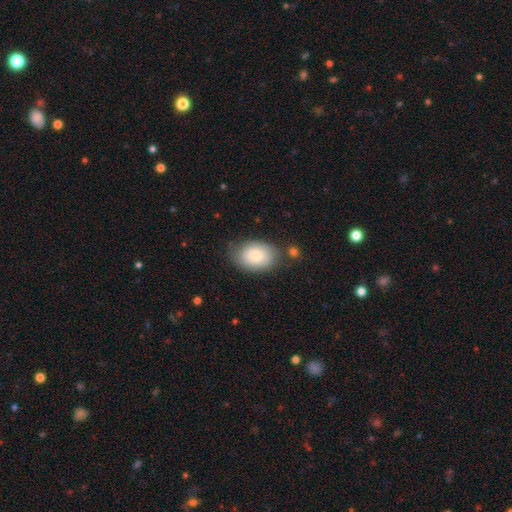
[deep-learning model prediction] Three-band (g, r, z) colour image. It shows a smooth galaxy with no disk features (81%) that is in between round and cigar-shaped (78%). Merging: none (71%).